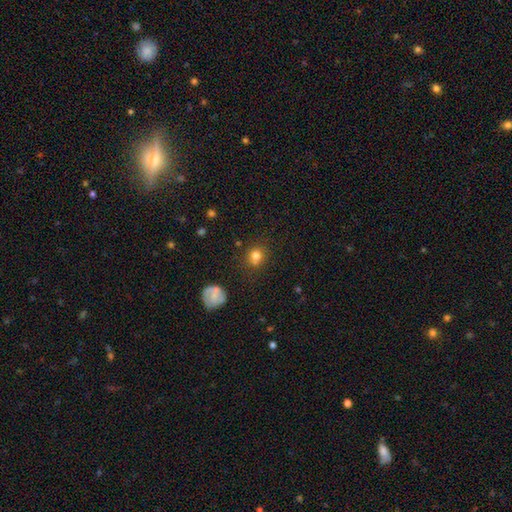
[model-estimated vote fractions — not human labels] smooth_or_featured: smooth (p=0.77) [alt: star or artifact p=0.14]
how_rounded: round (p=0.79) [alt: in between p=0.20]
merging: none (p=0.77) [alt: minor disturbance p=0.13]